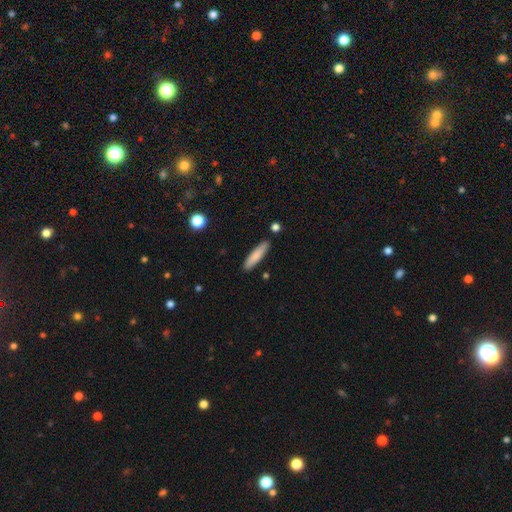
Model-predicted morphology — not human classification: Overall: smooth (81%). How rounded: cigar-shaped (80%). Merging: none (86%).